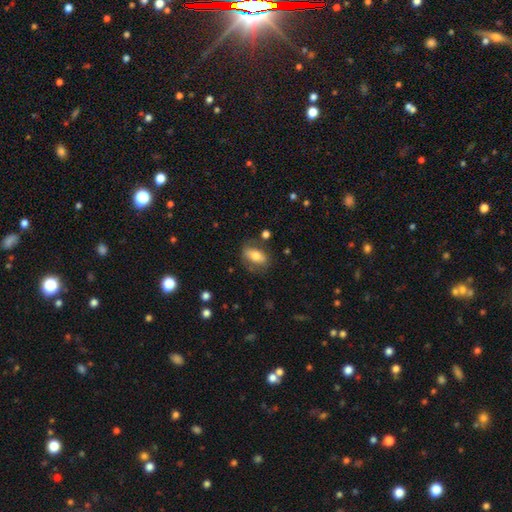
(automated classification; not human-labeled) smooth-or-featured: smooth: 63% | featured or disk: 30% | star or artifact: 7%
  how-rounded: in between: 84% | round: 9% | cigar-shaped: 7%
  merging: none: 68% | minor disturbance: 19% | major disturbance: 9% | merger: 4%